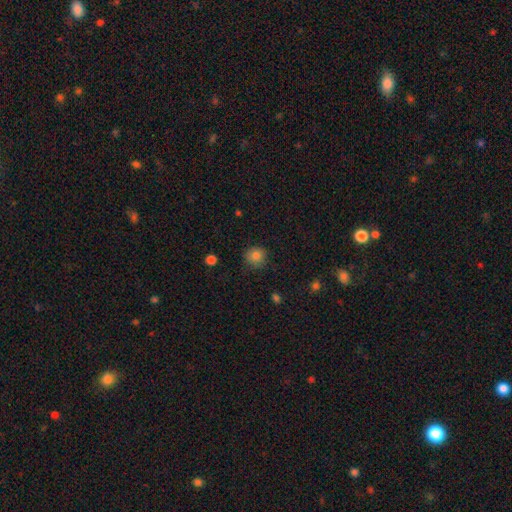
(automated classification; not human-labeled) This is clearly a smooth galaxy (84%). How rounded: clearly round (89%). Merging: clearly none (83%).